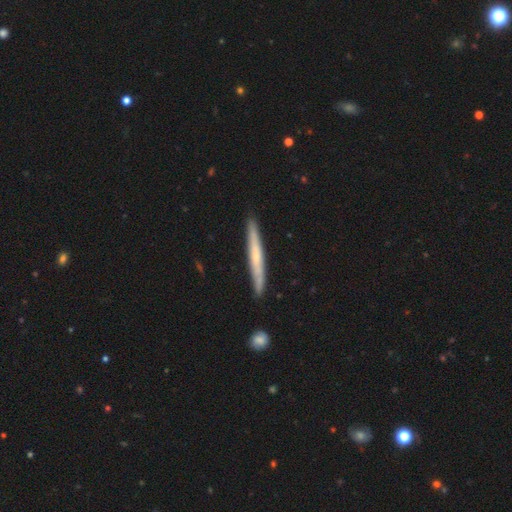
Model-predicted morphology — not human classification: A featured or disk galaxy (55%) viewed edge-on (93%) with no central bulge (57%).

Vote fractions:
- Smooth or featured? featured or disk: 55% / smooth: 40% / star or artifact: 5%
- Edge-on disk? yes: 93% / no: 7%
- Edge-on bulge? none: 57% / rounded: 39% / boxy: 4%
- Merging? none: 88% / minor disturbance: 9% / merger: 2% / major disturbance: 1%